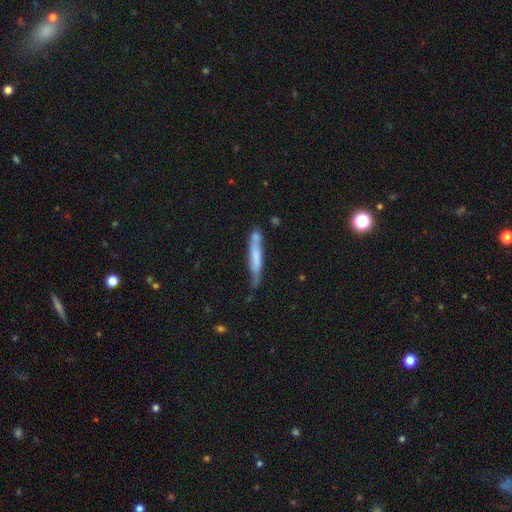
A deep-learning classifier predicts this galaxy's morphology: smooth 54%, featured or disk 39%, star or artifact 7%. Down the decision tree: how rounded — cigar-shaped (93%); merging — none (56%).